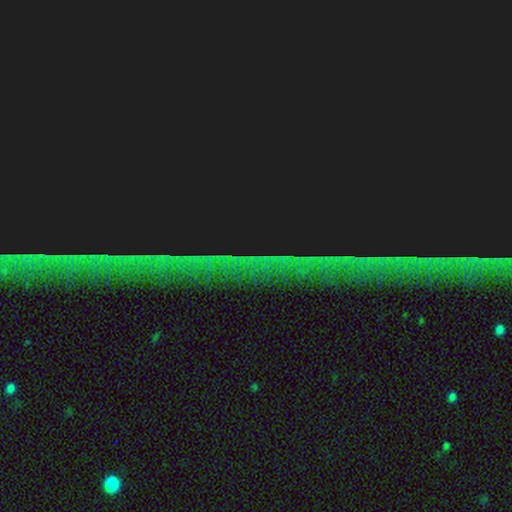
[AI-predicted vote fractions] Smooth or featured? star or artifact (85%)